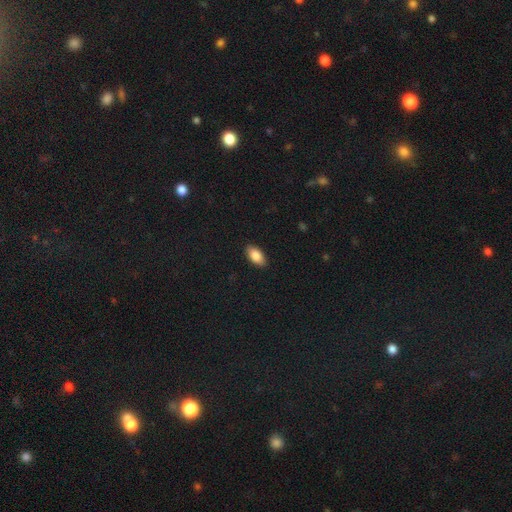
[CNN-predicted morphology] smooth-or-featured: smooth: 85% | featured or disk: 8% | star or artifact: 7%
  how-rounded: in between: 93% | cigar-shaped: 4% | round: 3%
  merging: none: 89% | minor disturbance: 8% | major disturbance: 2% | merger: 1%